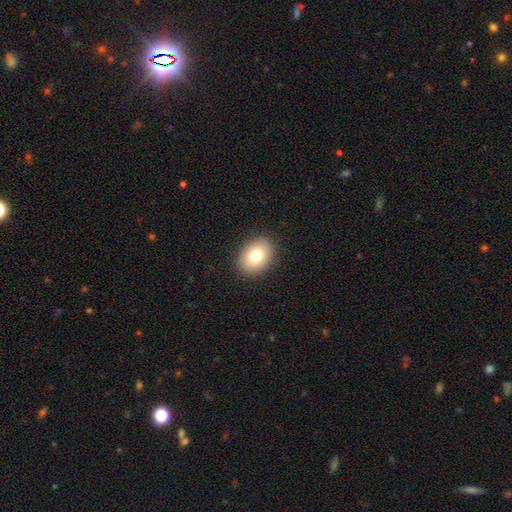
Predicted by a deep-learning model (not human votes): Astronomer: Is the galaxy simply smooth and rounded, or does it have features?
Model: smooth — 78%.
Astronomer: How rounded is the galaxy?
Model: in between — 67%.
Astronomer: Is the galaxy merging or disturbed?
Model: none — 89%.